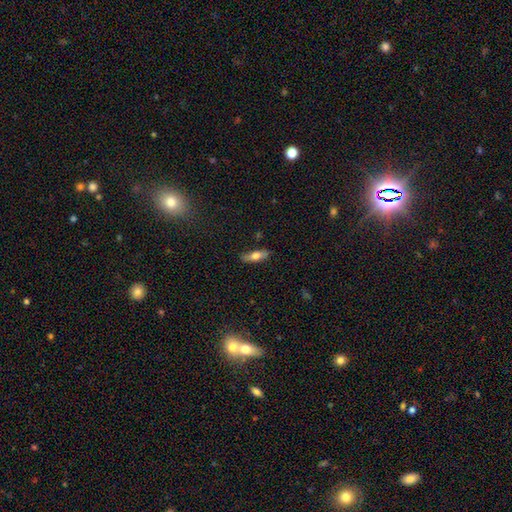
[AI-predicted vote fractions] Overall: smooth (65%; featured or disk 28%). How rounded: in between (54%; cigar-shaped 44%). Merging: none (83%).